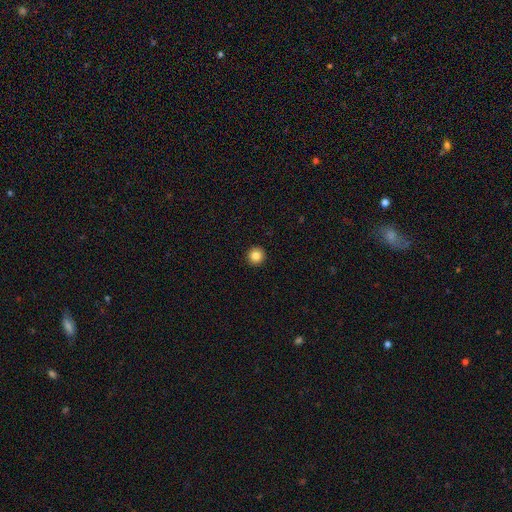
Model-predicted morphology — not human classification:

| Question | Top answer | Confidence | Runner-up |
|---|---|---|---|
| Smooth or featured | smooth | 85% | star or artifact (10%) |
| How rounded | round | 96% | in between (3%) |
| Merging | none | 94% | minor disturbance (4%) |